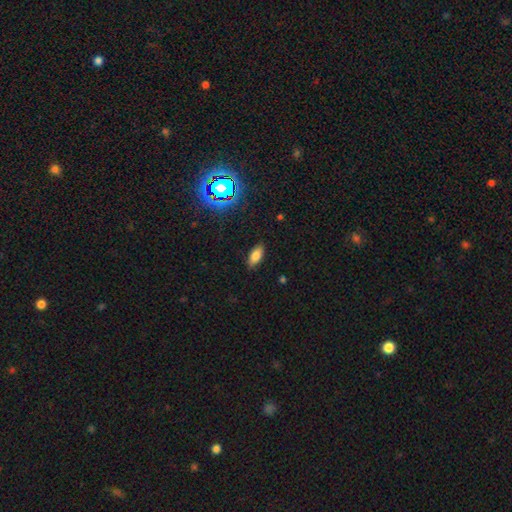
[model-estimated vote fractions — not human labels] Smooth or featured? smooth (79%)
How rounded? in between (87%)
Merging? none (87%)